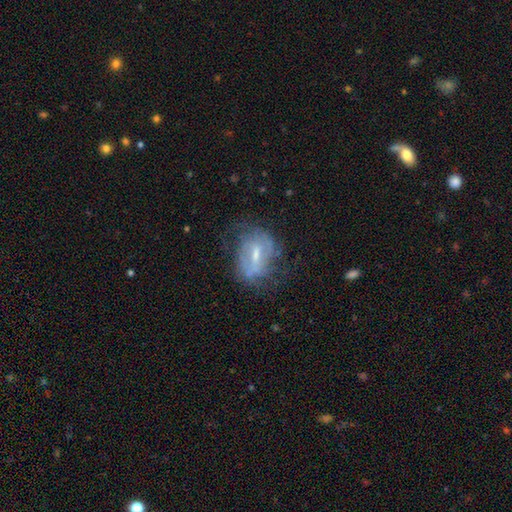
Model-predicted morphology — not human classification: A featured or disk galaxy (67%) with a weak bar (48%), spiral arms (66%) and a small central bulge (44%).

Vote fractions:
- Smooth or featured? featured or disk: 67% / smooth: 23% / star or artifact: 9%
- Edge-on disk? no: 92% / yes: 8%
- Bar? weak: 48% / strong: 34% / no: 17%
- Spiral arms? yes: 66% / no: 34%
- Bulge size? small: 44% / moderate: 41% / none: 11% / large: 4% / dominant: 1%
- Merging? none: 54% / minor disturbance: 25% / major disturbance: 18% / merger: 2%